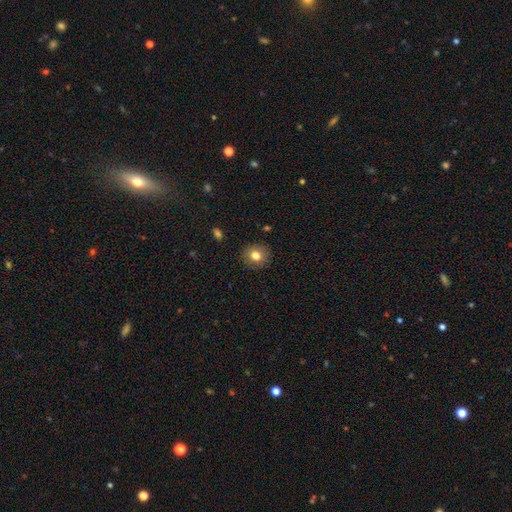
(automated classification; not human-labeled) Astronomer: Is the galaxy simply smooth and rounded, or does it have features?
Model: smooth — 79%.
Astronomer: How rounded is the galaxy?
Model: round — 84%.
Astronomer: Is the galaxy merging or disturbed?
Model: none — 89%.